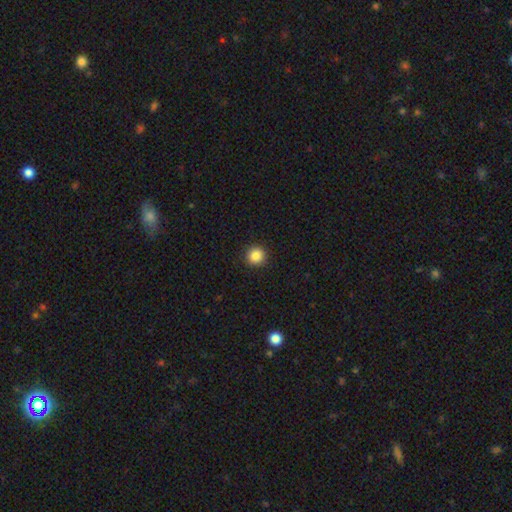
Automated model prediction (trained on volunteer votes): Q: Smooth or featured?
A: smooth (86%); runner-up: star or artifact (10%)
Q: How rounded?
A: round (95%); runner-up: in between (4%)
Q: Merging?
A: none (93%); runner-up: minor disturbance (5%)